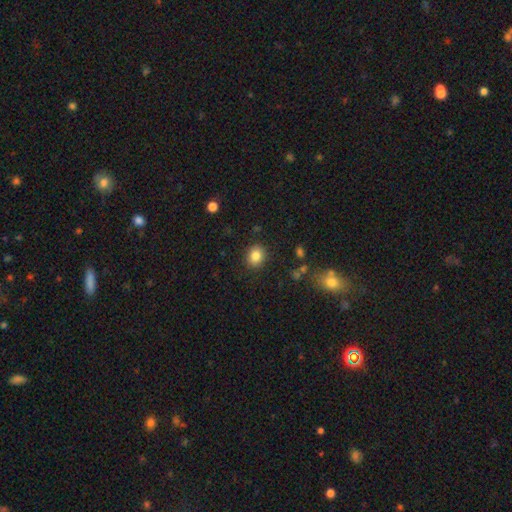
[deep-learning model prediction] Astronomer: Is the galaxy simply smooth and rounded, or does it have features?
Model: smooth — 84%.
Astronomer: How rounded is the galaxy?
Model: round — 68%.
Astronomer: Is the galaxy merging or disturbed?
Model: none — 89%.